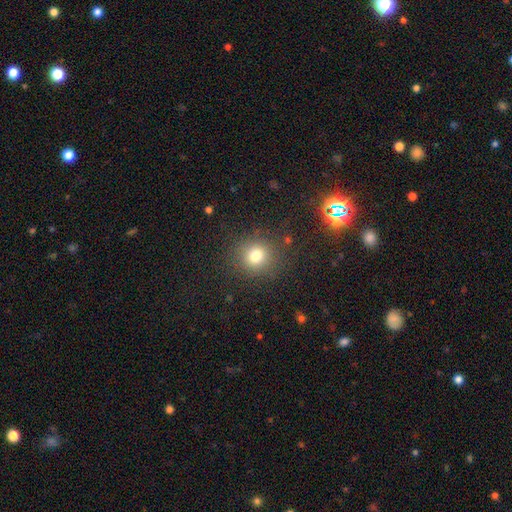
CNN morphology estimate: smooth 76%, star or artifact 16%, featured or disk 8%. Down the decision tree: how rounded — round (87%); merging — none (85%).